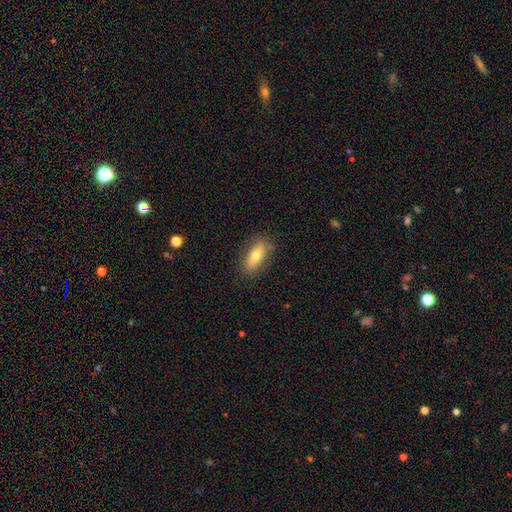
Q: Smooth or featured?
A: smooth (62%); runner-up: featured or disk (30%)
Q: How rounded?
A: in between (70%); runner-up: cigar-shaped (26%)
Q: Merging?
A: none (74%); runner-up: minor disturbance (26%)